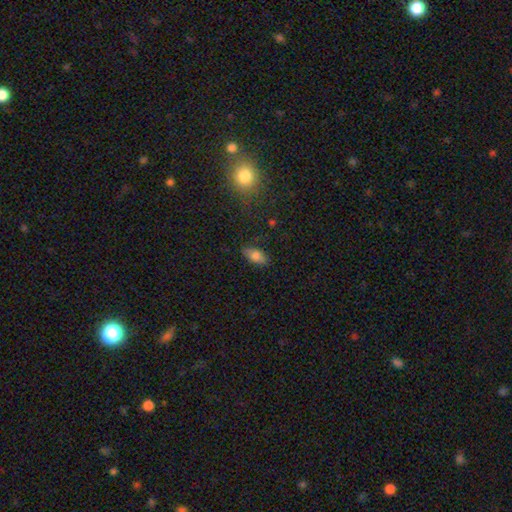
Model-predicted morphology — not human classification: Q: Smooth or featured?
A: smooth (77%); runner-up: featured or disk (13%)
Q: How rounded?
A: in between (89%); runner-up: cigar-shaped (7%)
Q: Merging?
A: none (81%); runner-up: minor disturbance (14%)